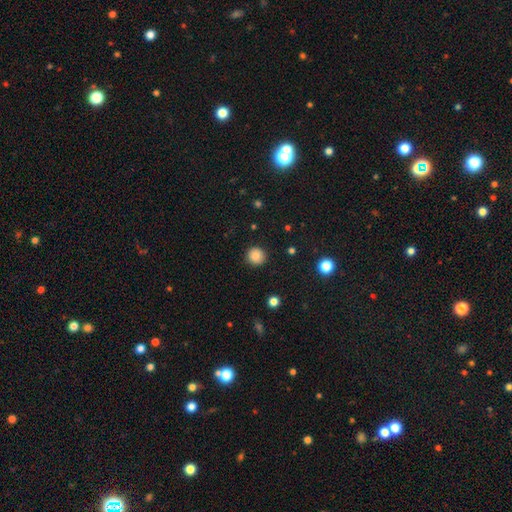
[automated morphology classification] A smooth galaxy with no disk features (86%) that is round (94%).

Vote fractions:
- Smooth or featured? smooth: 86% / star or artifact: 10% / featured or disk: 4%
- How rounded? round: 94% / in between: 5% / cigar-shaped: 1%
- Merging? none: 91% / minor disturbance: 6% / major disturbance: 2% / merger: 1%